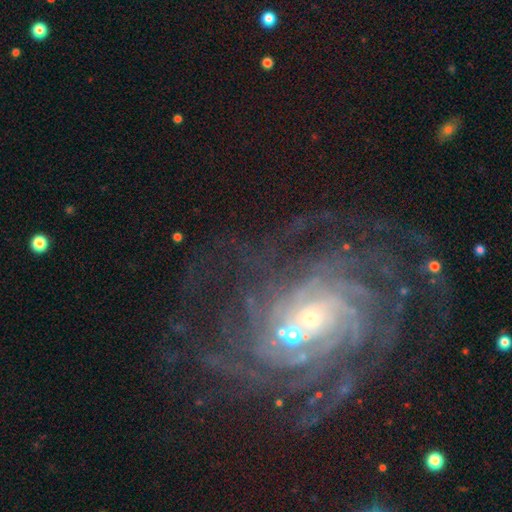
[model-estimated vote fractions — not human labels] Smooth or featured?
  - featured or disk: 87% *
  - star or artifact: 9%
  - smooth: 5%
Edge-on disk?
  - no: 97% *
  - yes: 3%
Bar?
  - no: 63% *
  - weak: 27%
  - strong: 11%
Spiral arms?
  - yes: 97% *
  - no: 3%
Spiral winding?
  - tight: 75% *
  - medium: 20%
  - loose: 5%
Spiral arm count?
  - more than 4: 39% *
  - can't tell: 19%
  - 4: 18%
  - 3: 9%
  - 2: 8%
  - 1: 7%
Bulge size?
  - small: 69% *
  - moderate: 23%
  - large: 4%
  - none: 3%
  - dominant: 1%
Merging?
  - none: 69% *
  - minor disturbance: 15%
  - major disturbance: 11%
  - merger: 5%